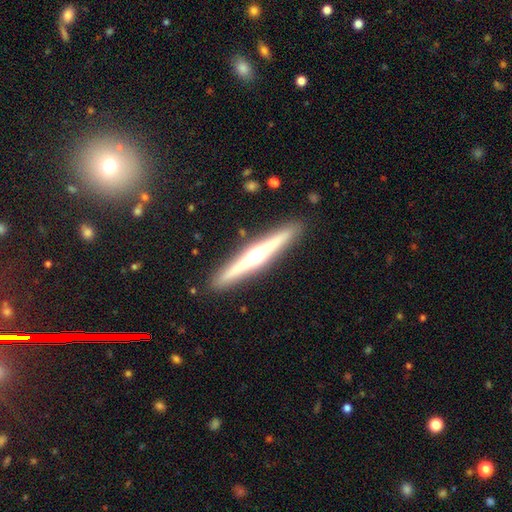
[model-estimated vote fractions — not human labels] smooth_or_featured: featured or disk (p=0.72) [alt: smooth p=0.22]
disk_edge_on: yes (p=0.98) [alt: no p=0.02]
edge_on_bulge: rounded (p=0.89) [alt: none p=0.06]
merging: none (p=0.91) [alt: minor disturbance p=0.07]